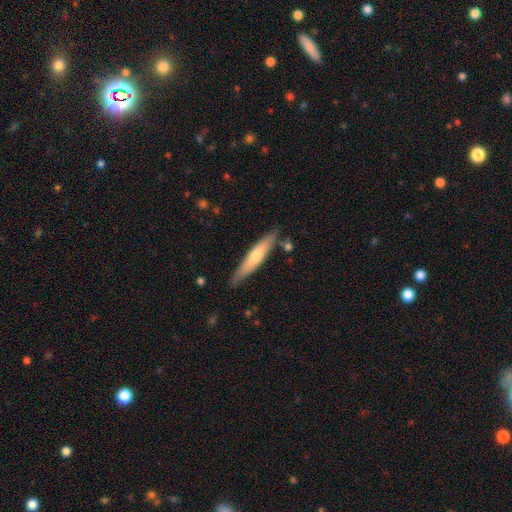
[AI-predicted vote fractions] smooth 56%, featured or disk 39%, star or artifact 5%. Down the decision tree: how rounded — cigar-shaped (88%); merging — none (83%).